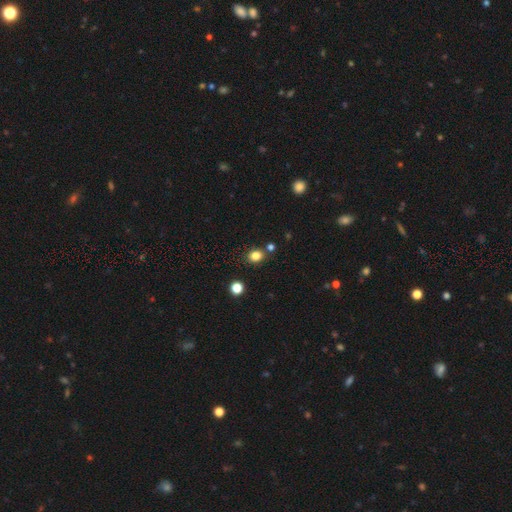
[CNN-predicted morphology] Smooth or featured? Predicted: smooth (p=0.81). How rounded? Predicted: round (p=0.62). Merging? Predicted: none (p=0.79).